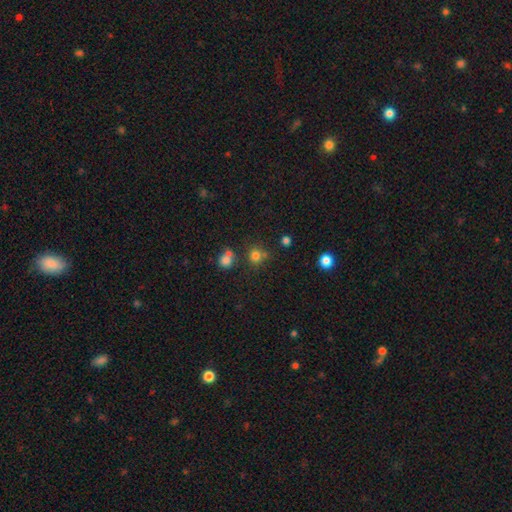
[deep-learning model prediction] Smooth or featured? Predicted: smooth (p=0.76). How rounded? Predicted: round (p=0.87). Merging? Predicted: none (p=0.65).